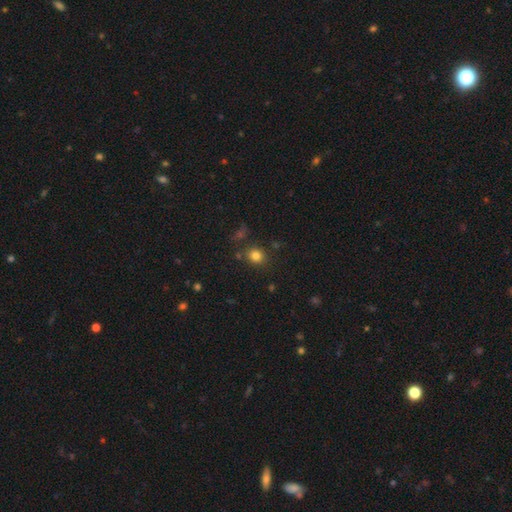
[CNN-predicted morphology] The model was most divided on "how rounded": round: 80%, in between: 19%, cigar-shaped: 1%. More confident: merging — none (81%); smooth or featured — smooth (80%).